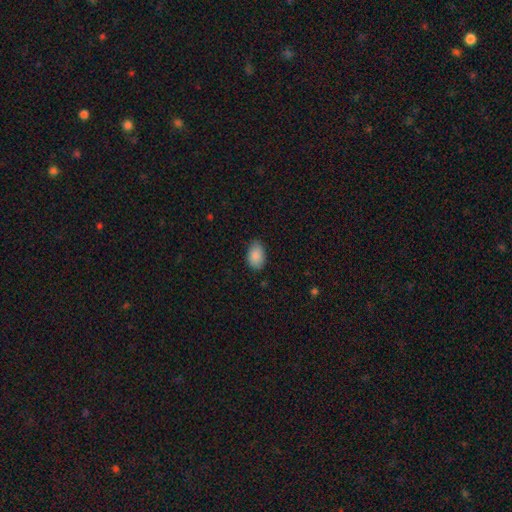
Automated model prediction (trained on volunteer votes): smooth_or_featured: smooth (p=0.88) [alt: star or artifact p=0.07]
how_rounded: in between (p=0.89) [alt: round p=0.09]
merging: none (p=0.78) [alt: minor disturbance p=0.18]